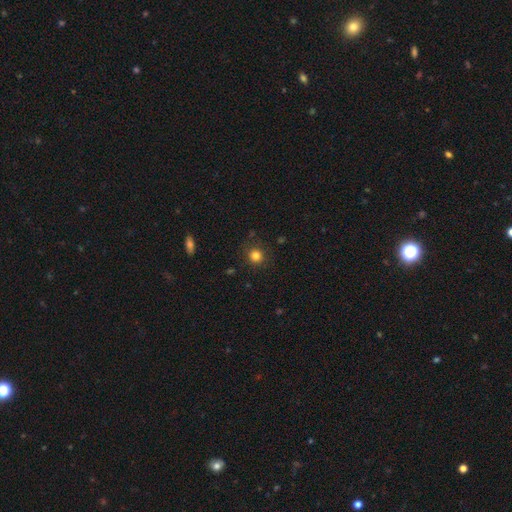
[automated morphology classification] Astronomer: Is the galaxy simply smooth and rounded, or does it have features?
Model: smooth — 82%.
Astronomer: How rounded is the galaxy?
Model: round — 91%.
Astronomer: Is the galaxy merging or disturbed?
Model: none — 85%.